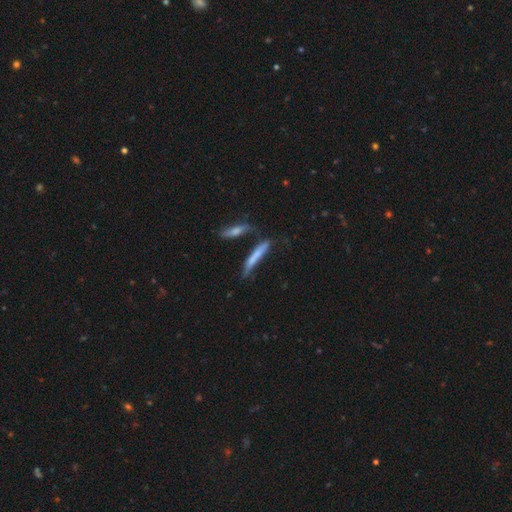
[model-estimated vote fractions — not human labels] Smooth or featured: smooth — 58% (featured or disk — 34%)
How rounded: cigar-shaped — 91% (in between — 7%)
Merging: none — 52% (merger — 21%)